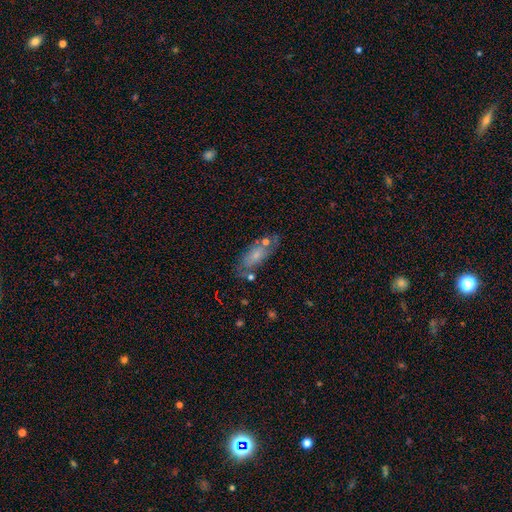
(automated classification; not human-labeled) Smooth or featured: smooth — 58% (featured or disk — 33%)
How rounded: in between — 73% (cigar-shaped — 23%)
Merging: none — 61% (minor disturbance — 20%)